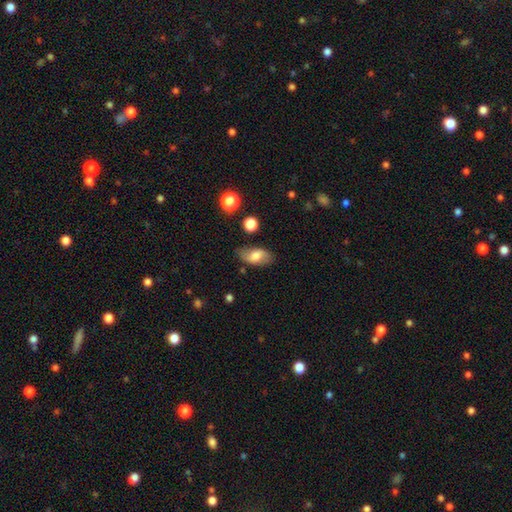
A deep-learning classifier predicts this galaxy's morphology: Overall: smooth (64%; featured or disk 28%). How rounded: in between (89%). Merging: none (77%).